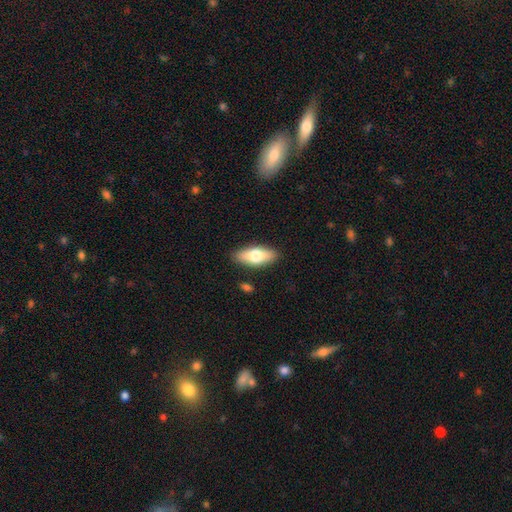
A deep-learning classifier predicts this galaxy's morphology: The model was most divided on "smooth or featured": smooth: 69%, featured or disk: 25%, star or artifact: 6%. More confident: merging — none (87%); how rounded — in between (82%).